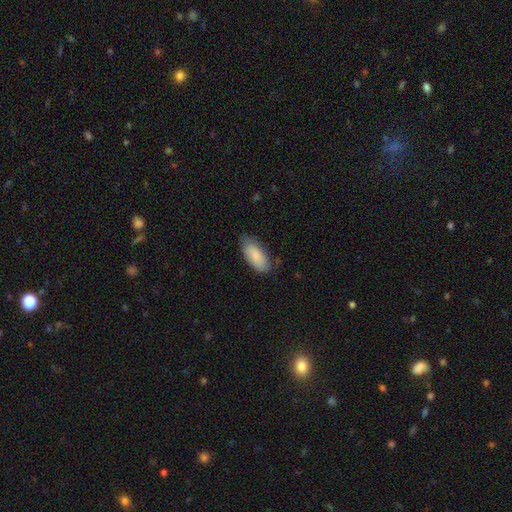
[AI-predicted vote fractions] smooth-or-featured: smooth: 86% | featured or disk: 8% | star or artifact: 6%
  how-rounded: in between: 90% | cigar-shaped: 8% | round: 2%
  merging: none: 70% | minor disturbance: 24% | major disturbance: 4% | merger: 1%